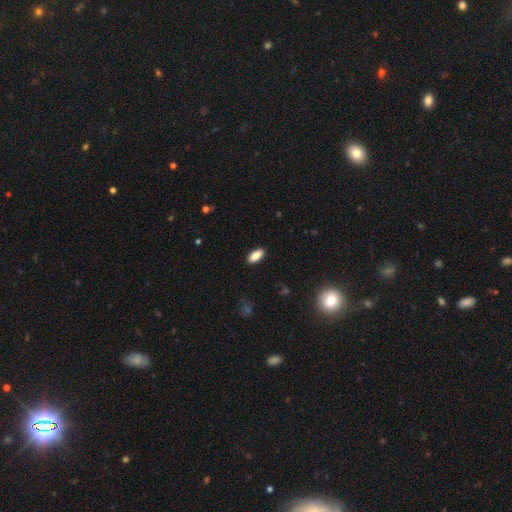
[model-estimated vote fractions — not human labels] smooth-or-featured: smooth: 87% | star or artifact: 7% | featured or disk: 6%
  how-rounded: in between: 90% | cigar-shaped: 8% | round: 2%
  merging: none: 89% | minor disturbance: 8% | major disturbance: 2% | merger: 1%